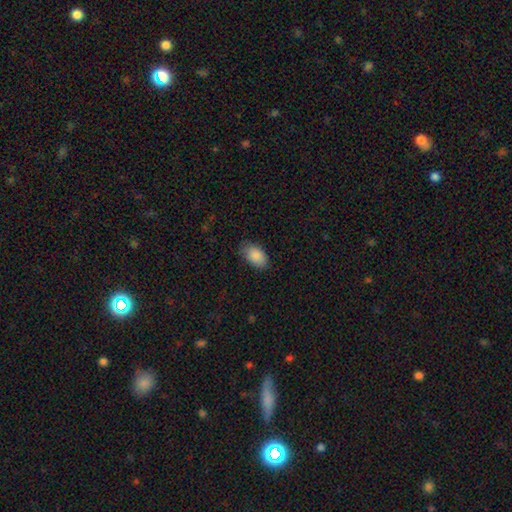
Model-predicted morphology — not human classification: smooth-or-featured: smooth: 89% | star or artifact: 7% | featured or disk: 4%
  how-rounded: in between: 93% | round: 5% | cigar-shaped: 1%
  merging: none: 80% | minor disturbance: 16% | major disturbance: 3% | merger: 1%